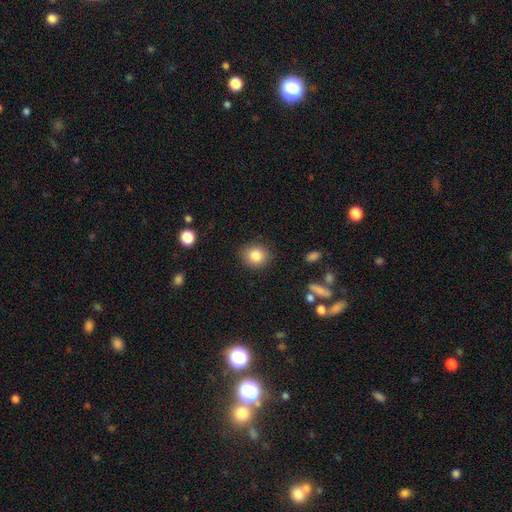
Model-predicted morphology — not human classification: Overall: smooth (83%). How rounded: round (74%). Merging: none (86%).